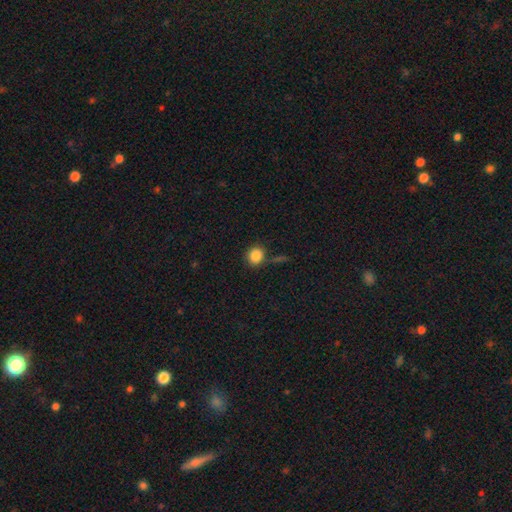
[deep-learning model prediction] Morphology: type=smooth (86%); roundness=round (79%); merging=none (76%).